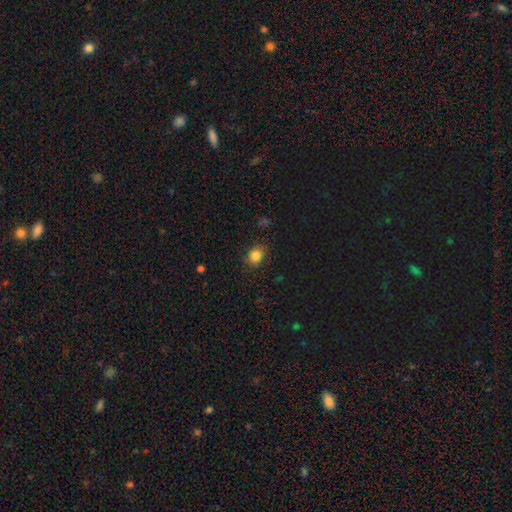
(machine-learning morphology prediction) smooth 82%, star or artifact 13%, featured or disk 5%. Down the decision tree: how rounded — round (71%); merging — none (84%).